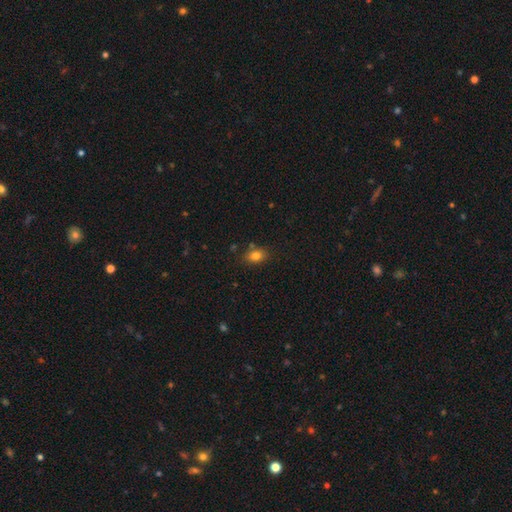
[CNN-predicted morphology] smooth 81%, star or artifact 11%, featured or disk 8%. Down the decision tree: how rounded — in between (75%); merging — none (78%).